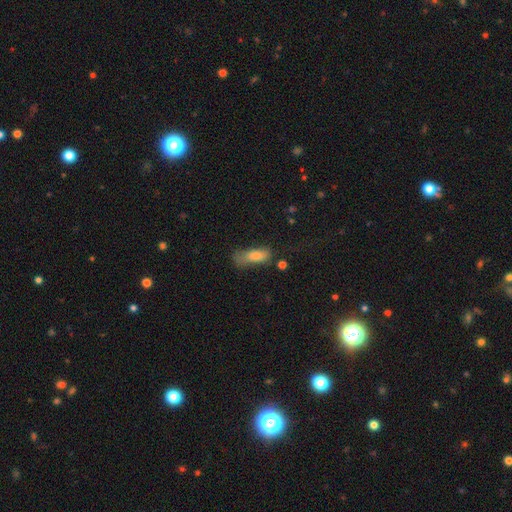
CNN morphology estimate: This appears to be a smooth galaxy with no disk features (75%) that is in between round and cigar-shaped (66%). Merging: none (36%).